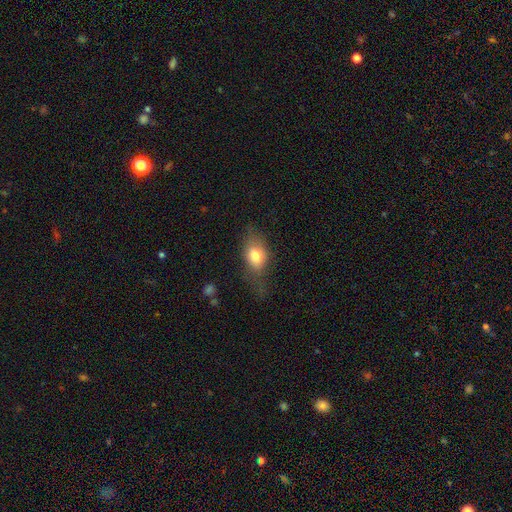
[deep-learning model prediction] smooth 74%, featured or disk 17%, star or artifact 9%. Down the decision tree: how rounded — in between (78%); merging — none (53%).